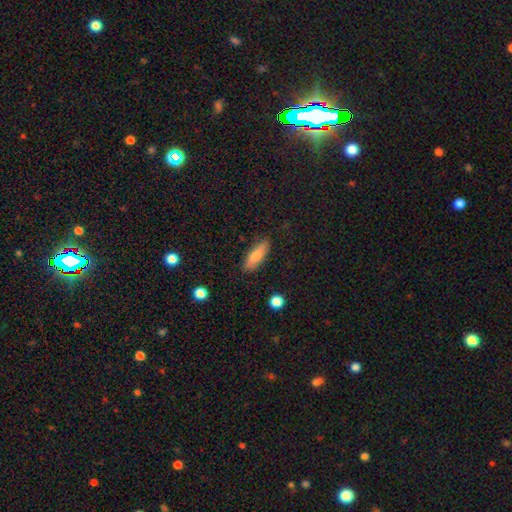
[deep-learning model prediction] A smooth galaxy with no disk features (74%) that is in between round and cigar-shaped (50%).

Vote fractions:
- Smooth or featured? smooth: 74% / featured or disk: 19% / star or artifact: 7%
- How rounded? in between: 50% / cigar-shaped: 48% / round: 3%
- Merging? none: 85% / minor disturbance: 11% / major disturbance: 2% / merger: 1%